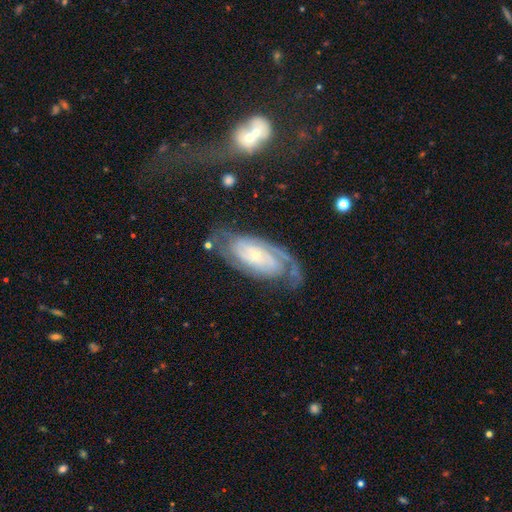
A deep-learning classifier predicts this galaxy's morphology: Smooth or featured: featured or disk — 86% (smooth — 8%)
Edge-on disk: no — 95% (yes — 5%)
Bar: no — 64% (weak — 26%)
Spiral arms: yes — 96% (no — 4%)
Spiral winding: tight — 64% (medium — 29%)
Spiral arm count: 2 — 62% (can't tell — 19%)
Bulge size: small — 80% (moderate — 15%)
Merging: none — 68% (minor disturbance — 19%)